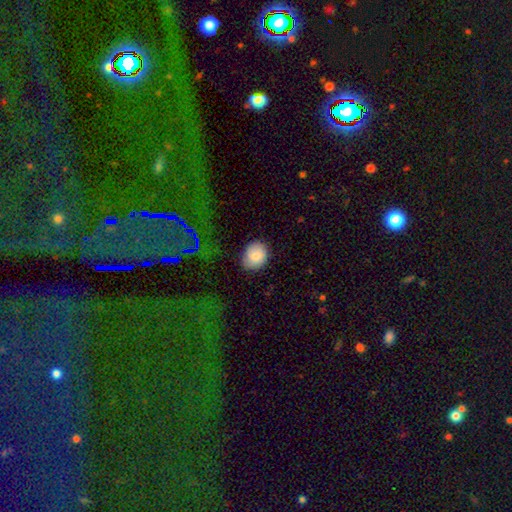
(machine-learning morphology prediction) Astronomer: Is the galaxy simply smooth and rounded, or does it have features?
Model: smooth — 83%.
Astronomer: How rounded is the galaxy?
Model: in between — 53% (runner-up: round, 46%).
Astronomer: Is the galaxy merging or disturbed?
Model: none — 79%.